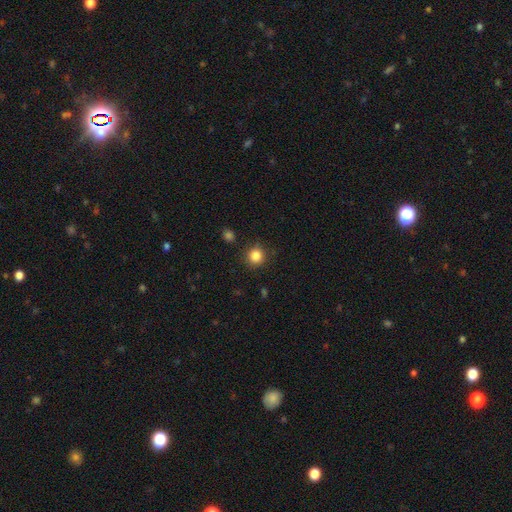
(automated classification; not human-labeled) Overall: smooth (85%). How rounded: round (91%). Merging: none (87%).